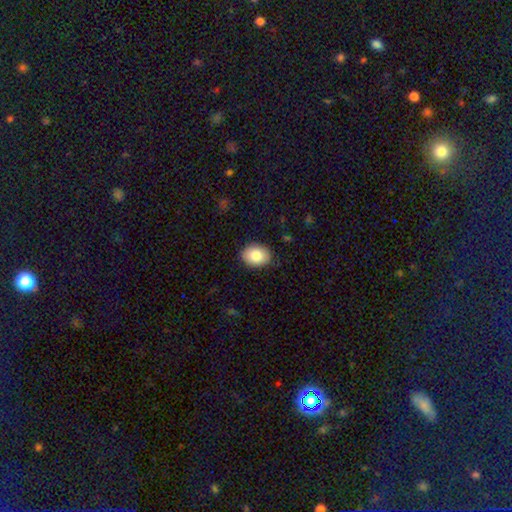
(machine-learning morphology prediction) Q: Smooth or featured?
A: smooth (83%); runner-up: featured or disk (10%)
Q: How rounded?
A: in between (71%); runner-up: round (28%)
Q: Merging?
A: none (88%); runner-up: minor disturbance (9%)